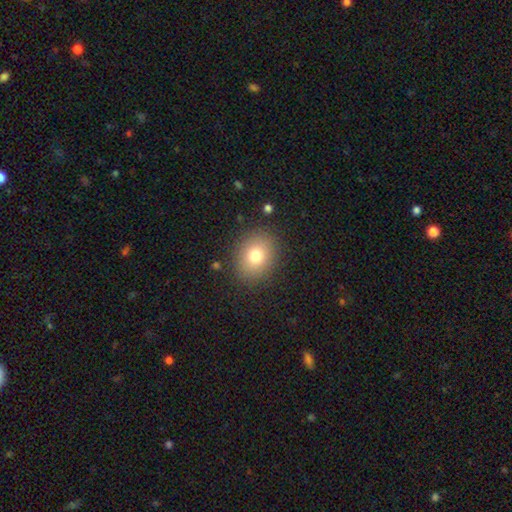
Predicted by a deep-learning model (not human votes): A smooth galaxy with no disk features (77%) that is round (59%).

Vote fractions:
- Smooth or featured? smooth: 77% / star or artifact: 12% / featured or disk: 11%
- How rounded? round: 59% / in between: 40% / cigar-shaped: 1%
- Merging? none: 87% / minor disturbance: 8% / major disturbance: 3% / merger: 1%